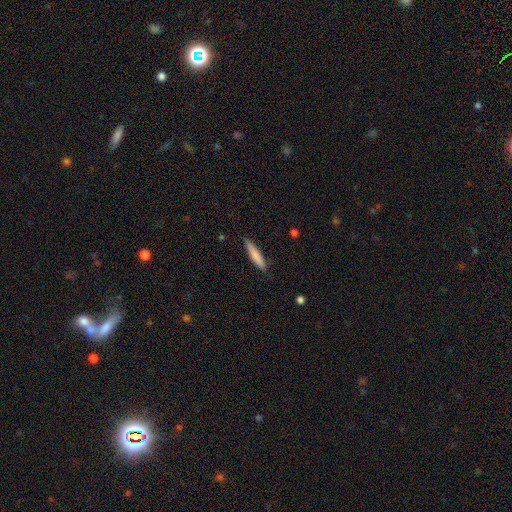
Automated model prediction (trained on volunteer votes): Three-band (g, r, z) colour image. It shows a smooth galaxy with no disk features (79%) that is cigar-shaped (89%). Merging: none (85%).